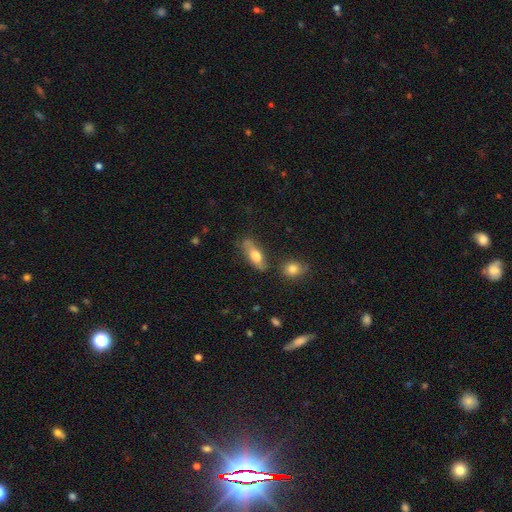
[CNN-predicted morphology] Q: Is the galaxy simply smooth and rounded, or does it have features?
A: smooth — 67%.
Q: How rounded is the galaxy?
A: in between — 73%.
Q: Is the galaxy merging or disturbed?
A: none — 66%.